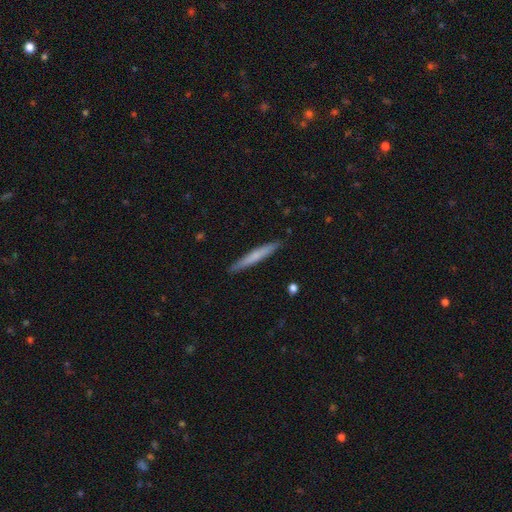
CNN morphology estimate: smooth_or_featured: smooth (p=0.62) [alt: featured or disk p=0.33]
how_rounded: cigar-shaped (p=0.96) [alt: in between p=0.03]
merging: none (p=0.91) [alt: minor disturbance p=0.07]